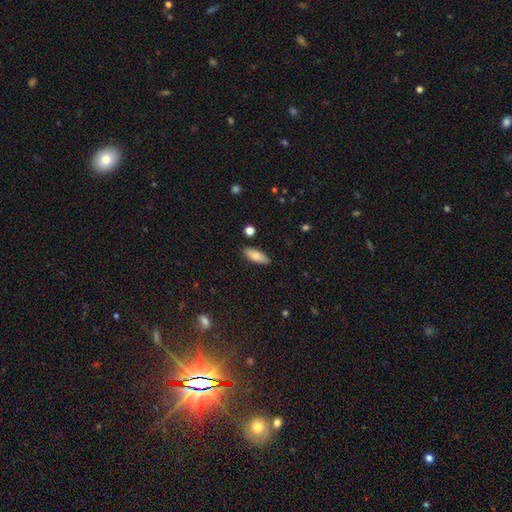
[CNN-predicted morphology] A smooth galaxy with no disk features (80%) that is in between round and cigar-shaped (74%). Merging: none (87%).